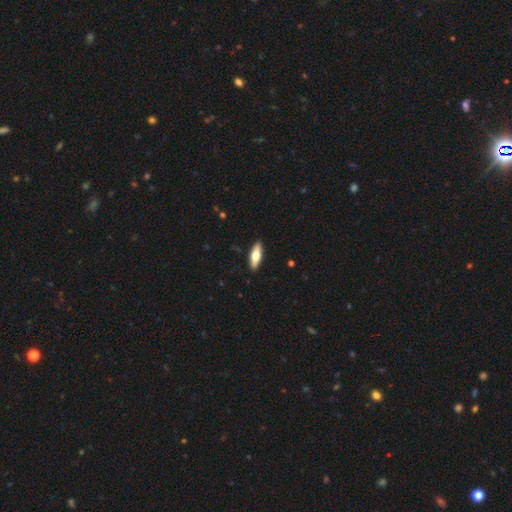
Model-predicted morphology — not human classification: The model was most divided on "how rounded": in between: 54%, cigar-shaped: 43%, round: 2%. More confident: merging — none (90%); smooth or featured — smooth (58%).